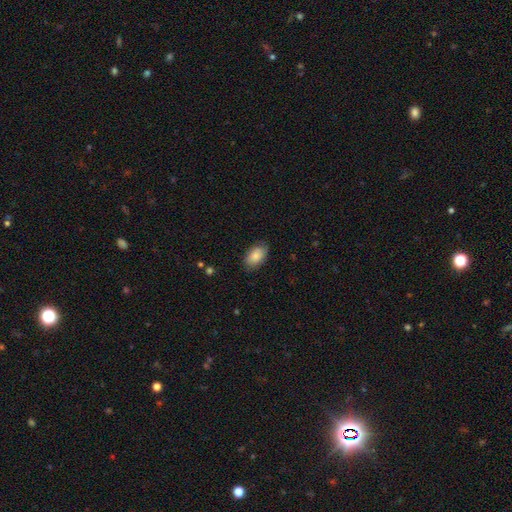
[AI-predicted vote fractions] Morphology: type=smooth (84%); roundness=in between (92%); merging=none (79%).